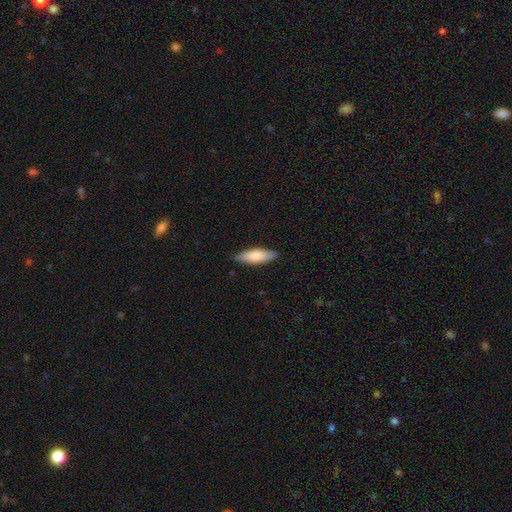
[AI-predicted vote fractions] Smooth or featured? Predicted: smooth (p=0.78). How rounded? Predicted: in between (p=0.51). Merging? Predicted: none (p=0.87).